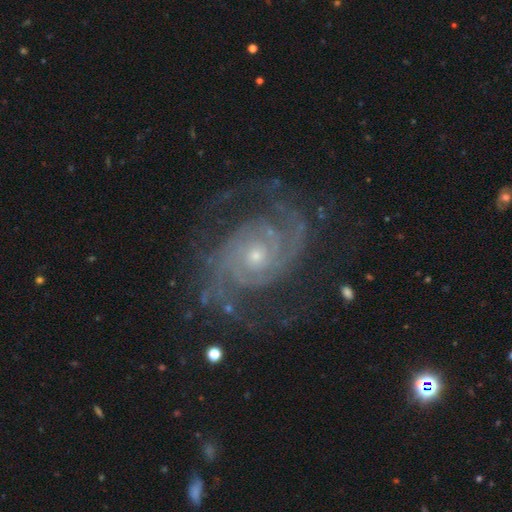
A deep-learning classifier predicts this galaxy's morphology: Q: Smooth or featured?
A: featured or disk (91%); runner-up: star or artifact (6%)
Q: Edge-on disk?
A: no (98%); runner-up: yes (2%)
Q: Bar?
A: no (73%); runner-up: weak (20%)
Q: Spiral arms?
A: yes (98%); runner-up: no (2%)
Q: Spiral winding?
A: tight (53%); runner-up: medium (39%)
Q: Spiral arm count?
A: 2 (75%); runner-up: 3 (8%)
Q: Bulge size?
A: small (64%); runner-up: moderate (32%)
Q: Merging?
A: none (76%); runner-up: minor disturbance (14%)